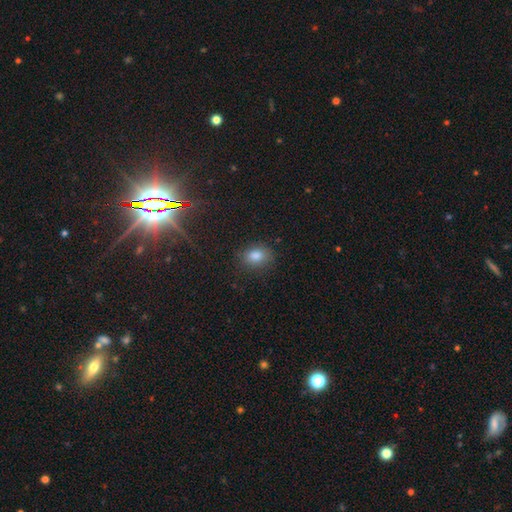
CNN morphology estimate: smooth 81%, star or artifact 13%, featured or disk 6%. Down the decision tree: how rounded — in between (61%); merging — none (79%).